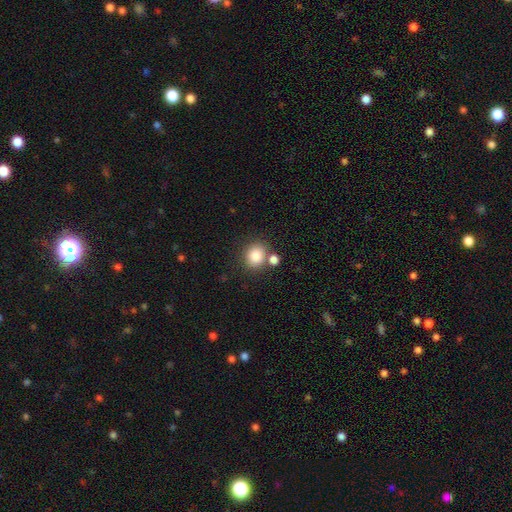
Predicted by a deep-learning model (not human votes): Smooth or featured? smooth (83%)
How rounded? round (73%)
Merging? none (69%)